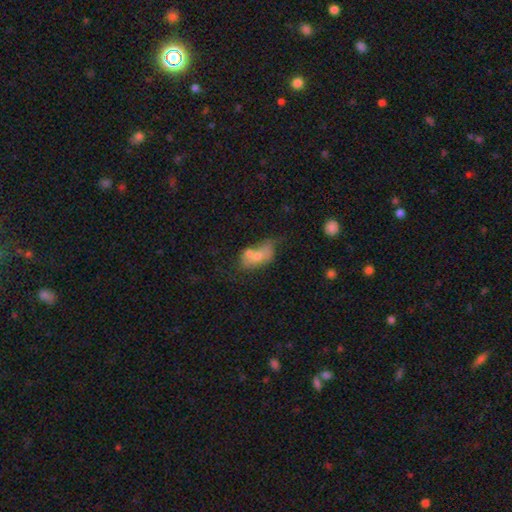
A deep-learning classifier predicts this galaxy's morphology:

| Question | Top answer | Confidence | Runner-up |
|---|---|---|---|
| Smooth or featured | smooth | 60% | featured or disk (30%) |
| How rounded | in between | 84% | round (12%) |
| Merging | merger | 52% | none (22%) |